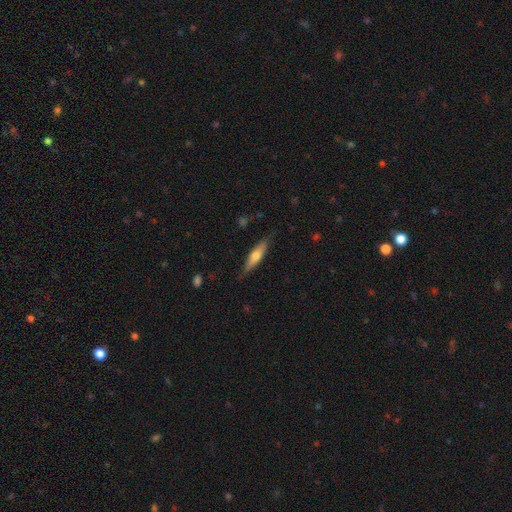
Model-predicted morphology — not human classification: Smooth or featured? Predicted: smooth (p=0.54). How rounded? Predicted: cigar-shaped (p=0.74). Merging? Predicted: none (p=0.82).